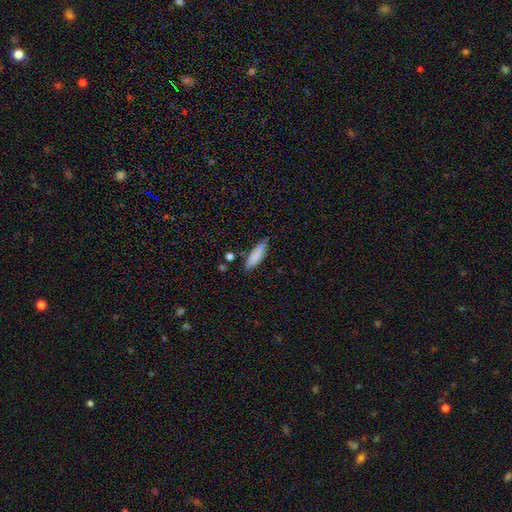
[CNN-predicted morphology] Smooth or featured? smooth (84%)
How rounded? cigar-shaped (56%)
Merging? none (74%)